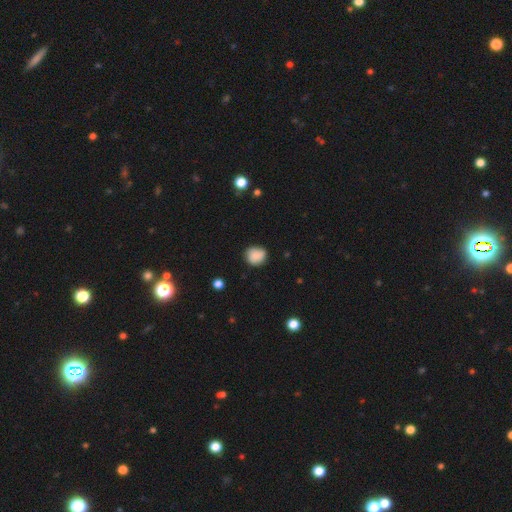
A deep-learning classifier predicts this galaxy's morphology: Smooth or featured: smooth — 85% (star or artifact — 9%)
How rounded: round — 81% (in between — 18%)
Merging: none — 79% (minor disturbance — 16%)